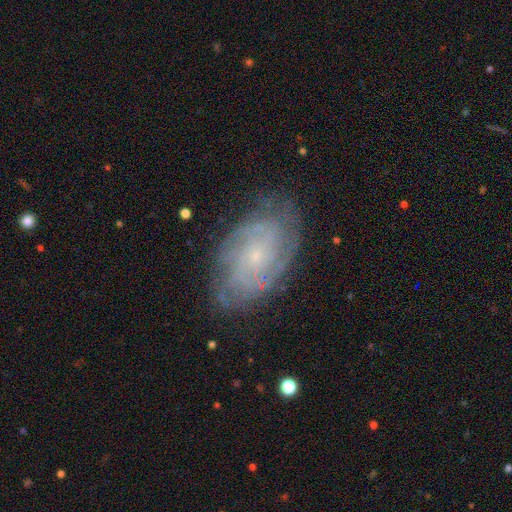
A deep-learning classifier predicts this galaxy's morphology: smooth-or-featured: featured or disk: 75% | smooth: 16% | star or artifact: 8%
  disk-edge-on: no: 95% | yes: 5%
    bar: no: 79% | weak: 18% | strong: 3%
    has-spiral-arms: yes: 91% | no: 9%
      spiral-winding: tight: 71% | medium: 23% | loose: 6%
      spiral-arm-count: can't tell: 48% | 2: 14% | 4: 13% | 3: 11% | more than 4: 8% | 1: 5%
    bulge-size: small: 83% | moderate: 11% | none: 4% | large: 1% | dominant: 1%
  merging: none: 77% | minor disturbance: 16% | major disturbance: 5% | merger: 1%